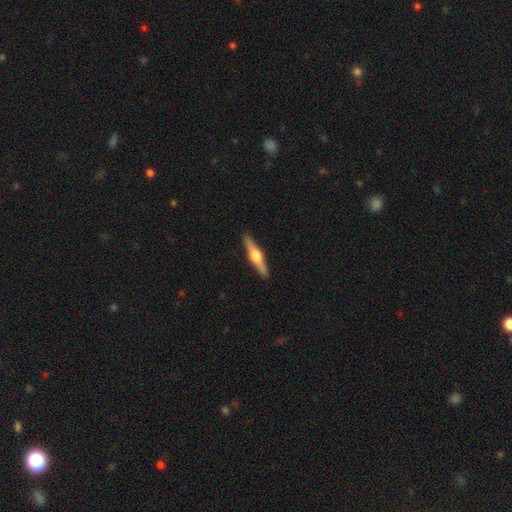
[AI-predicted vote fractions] This appears to be a featured or disk galaxy (69%) viewed edge-on (97%) with a rounded central bulge (95%). Merging: none (92%).